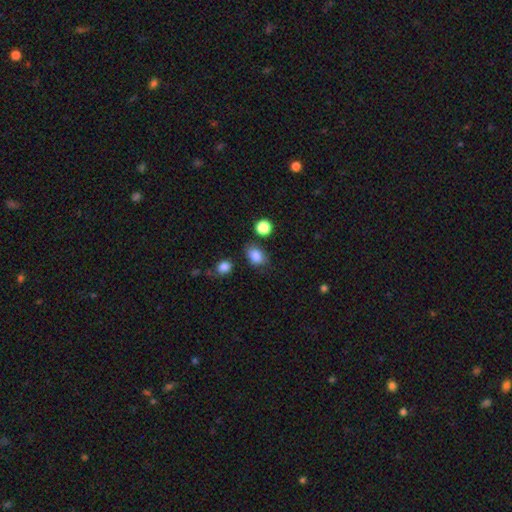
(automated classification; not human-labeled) smooth_or_featured: smooth (p=0.84) [alt: star or artifact p=0.10]
how_rounded: in between (p=0.70) [alt: round p=0.28]
merging: none (p=0.71) [alt: minor disturbance p=0.18]